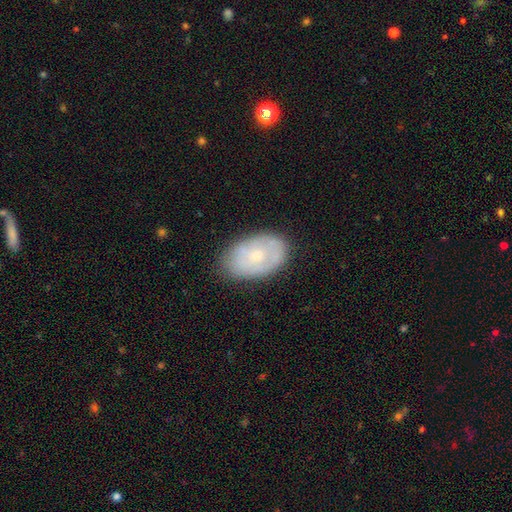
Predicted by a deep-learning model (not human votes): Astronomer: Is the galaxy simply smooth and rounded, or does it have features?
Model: smooth — 49% (runner-up: featured or disk, 44%).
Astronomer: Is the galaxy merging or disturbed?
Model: none — 74%.